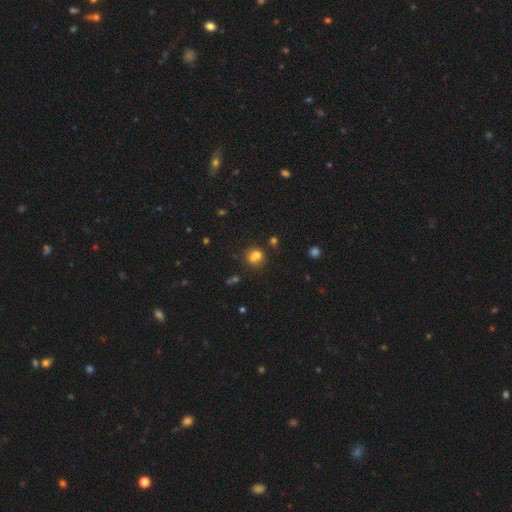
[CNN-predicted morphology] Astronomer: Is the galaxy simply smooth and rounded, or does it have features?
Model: smooth — 73%.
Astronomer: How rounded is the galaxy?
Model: round — 71%.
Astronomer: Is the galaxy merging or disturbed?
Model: none — 49% (runner-up: merger, 31%).